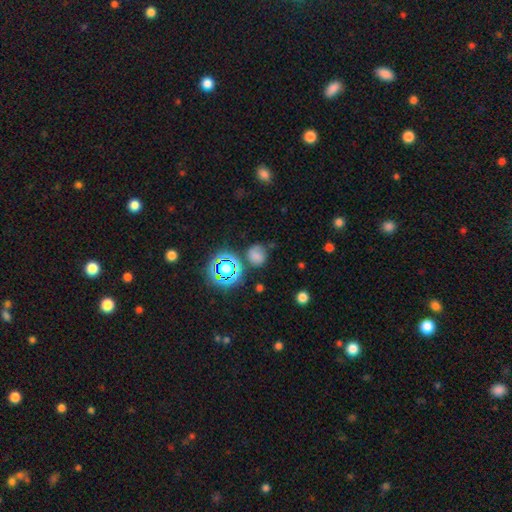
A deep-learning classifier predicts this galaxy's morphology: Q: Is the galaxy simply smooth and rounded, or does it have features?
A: smooth — 64%.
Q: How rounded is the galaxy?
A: round — 77%.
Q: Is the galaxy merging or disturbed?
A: none — 66%.